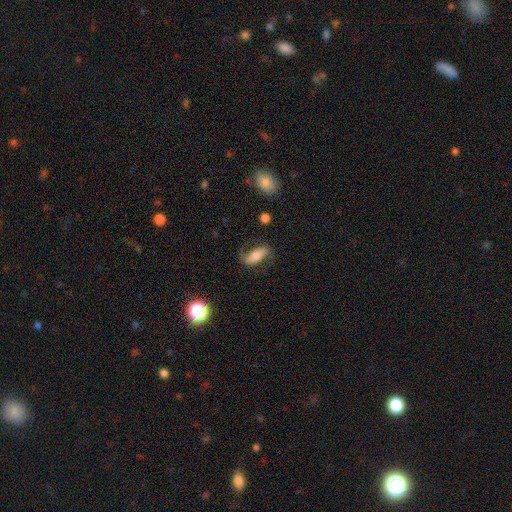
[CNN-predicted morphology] Q: Smooth or featured?
A: featured or disk (55%); runner-up: smooth (37%)
Q: Edge-on disk?
A: no (84%); runner-up: yes (16%)
Q: Merging?
A: none (67%); runner-up: minor disturbance (19%)